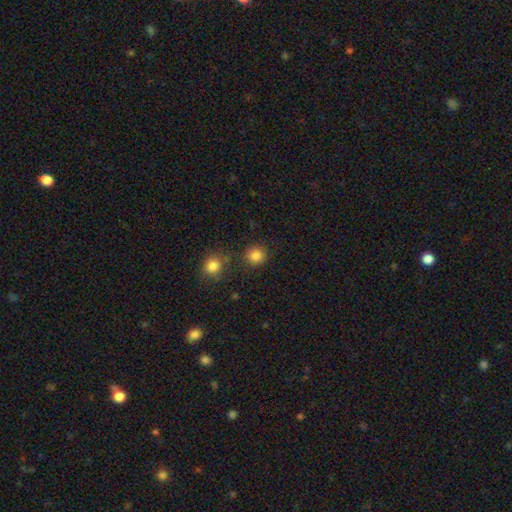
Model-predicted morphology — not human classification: Q: Smooth or featured?
A: smooth (84%); runner-up: star or artifact (12%)
Q: How rounded?
A: round (91%); runner-up: in between (8%)
Q: Merging?
A: none (84%); runner-up: minor disturbance (7%)